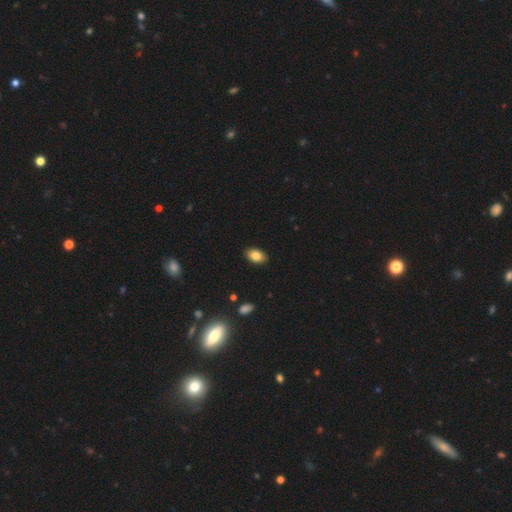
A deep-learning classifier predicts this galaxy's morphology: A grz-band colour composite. It shows a smooth galaxy with no disk features (84%) that is in between round and cigar-shaped (91%). Merging: none (89%).